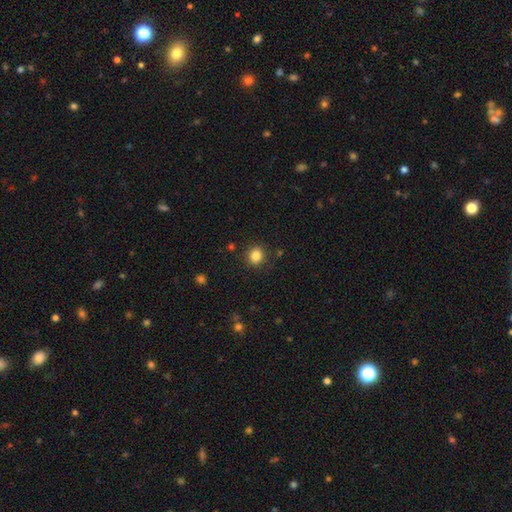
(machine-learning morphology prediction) smooth 85%, star or artifact 11%, featured or disk 5%. Down the decision tree: how rounded — round (79%); merging — none (88%).